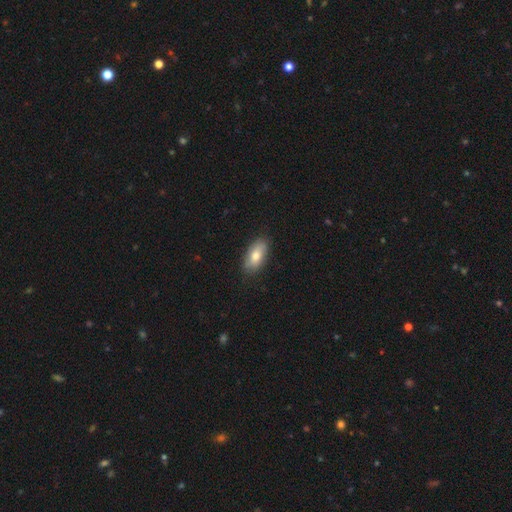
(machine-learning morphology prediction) A smooth galaxy with no disk features (77%) that is in between round and cigar-shaped (89%).

Vote fractions:
- Smooth or featured? smooth: 77% / featured or disk: 16% / star or artifact: 6%
- How rounded? in between: 89% / cigar-shaped: 8% / round: 3%
- Merging? none: 84% / minor disturbance: 12% / major disturbance: 2% / merger: 1%